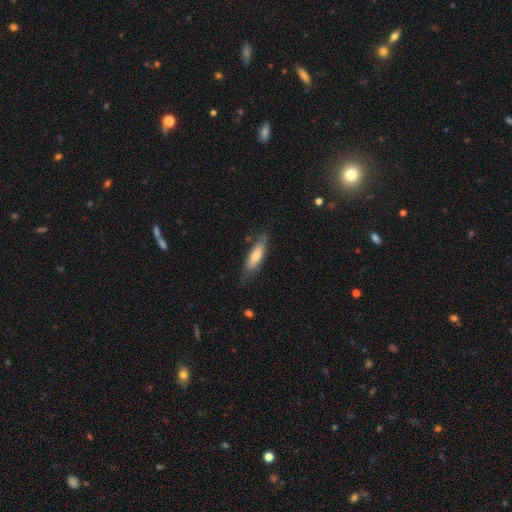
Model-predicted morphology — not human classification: A smooth galaxy with no disk features (67%) that is cigar-shaped (57%). Merging: none (74%).